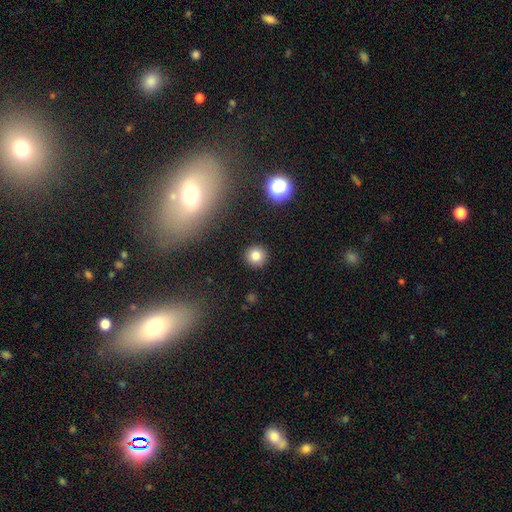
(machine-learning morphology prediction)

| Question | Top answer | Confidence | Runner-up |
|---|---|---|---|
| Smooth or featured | smooth | 80% | star or artifact (13%) |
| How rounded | round | 94% | in between (5%) |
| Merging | none | 91% | minor disturbance (5%) |